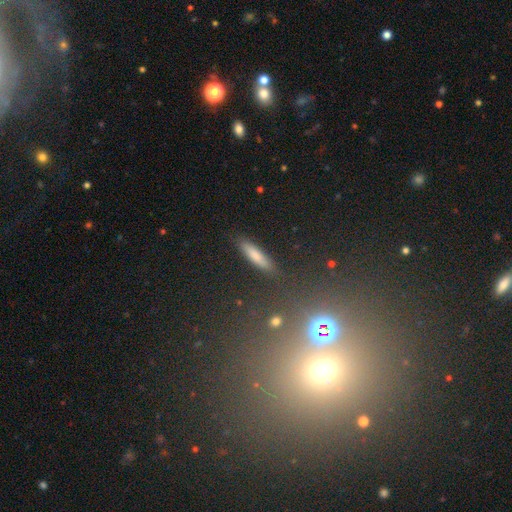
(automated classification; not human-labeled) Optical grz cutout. It shows a smooth galaxy with no disk features (78%) that is cigar-shaped (81%). Merging: none (86%).